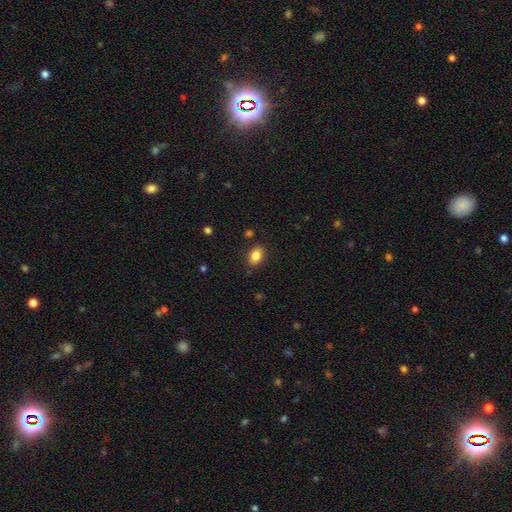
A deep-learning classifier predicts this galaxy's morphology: Smooth or featured?
  - smooth: 85% *
  - star or artifact: 9%
  - featured or disk: 6%
How rounded?
  - in between: 82% *
  - round: 16%
  - cigar-shaped: 2%
Merging?
  - none: 85% *
  - minor disturbance: 11%
  - major disturbance: 3%
  - merger: 2%